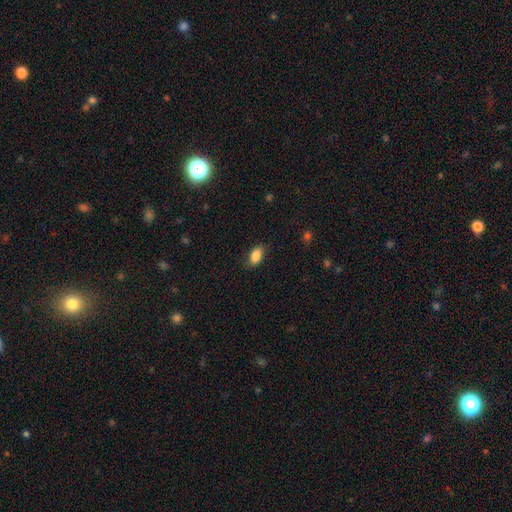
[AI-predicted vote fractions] Smooth or featured? Predicted: smooth (p=0.87). How rounded? Predicted: in between (p=0.90). Merging? Predicted: none (p=0.84).